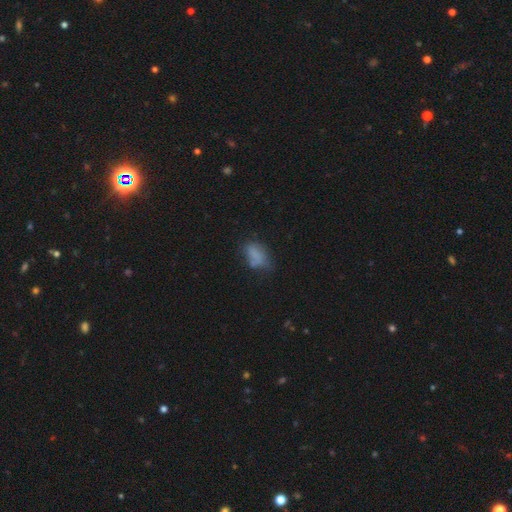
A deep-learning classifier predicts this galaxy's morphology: A smooth galaxy with no disk features (73%) that is in between round and cigar-shaped (86%). Merging: none (46%).